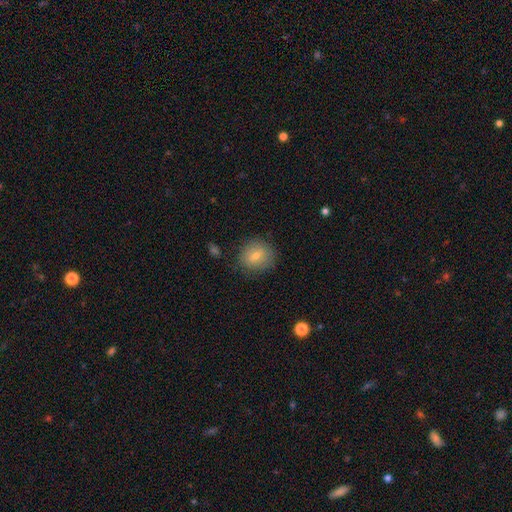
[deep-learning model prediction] Smooth or featured?
  - smooth: 71% *
  - featured or disk: 17%
  - star or artifact: 12%
How rounded?
  - round: 79% *
  - in between: 20%
  - cigar-shaped: 1%
Merging?
  - none: 83% *
  - minor disturbance: 12%
  - major disturbance: 4%
  - merger: 1%